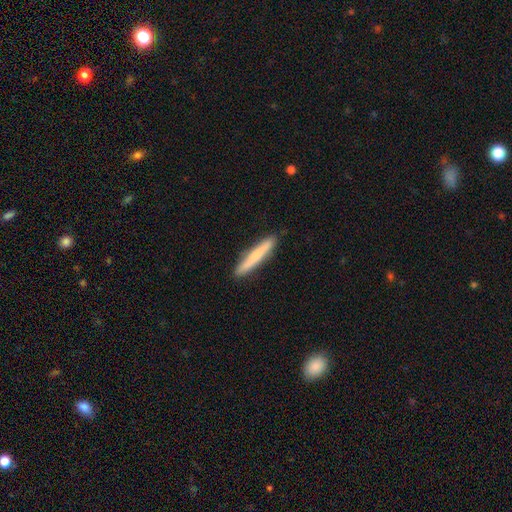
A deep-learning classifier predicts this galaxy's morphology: Smooth or featured? smooth (65%)
How rounded? cigar-shaped (95%)
Merging? none (91%)